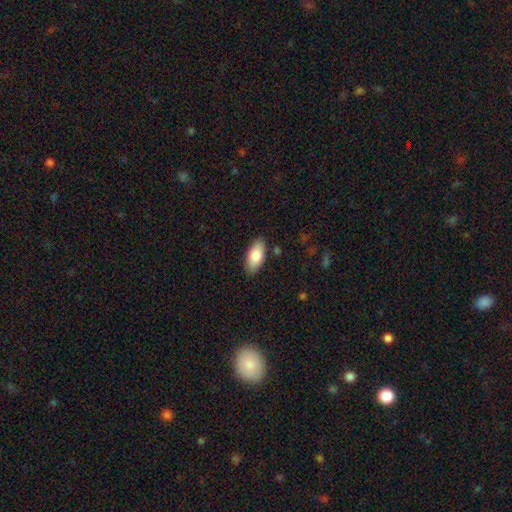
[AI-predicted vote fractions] Overall: smooth (83%). How rounded: in between (91%). Merging: none (86%).